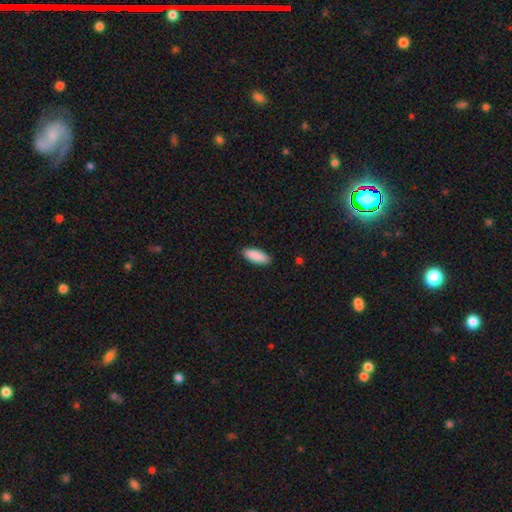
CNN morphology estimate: Smooth or featured? Predicted: smooth (p=0.90). How rounded? Predicted: in between (p=0.76). Merging? Predicted: none (p=0.89).